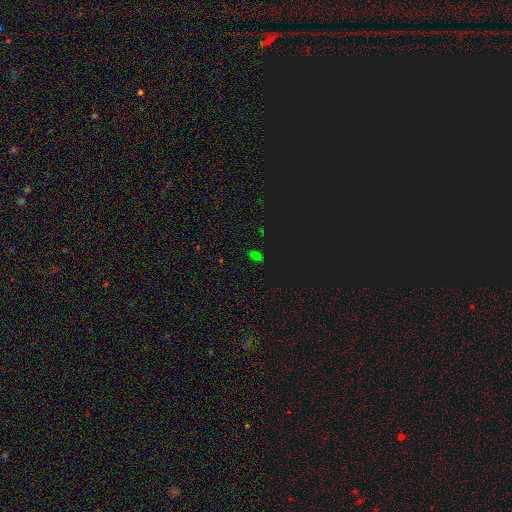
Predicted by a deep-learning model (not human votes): smooth_or_featured: smooth (p=0.56) [alt: star or artifact p=0.38]
how_rounded: in between (p=0.85) [alt: round p=0.12]
merging: none (p=0.83) [alt: minor disturbance p=0.12]